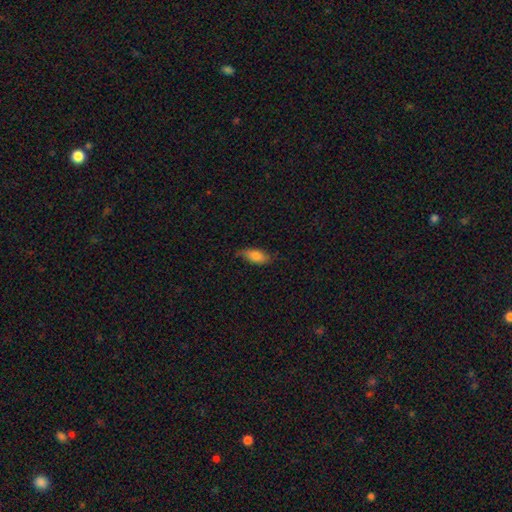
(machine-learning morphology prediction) Smooth or featured?
  - smooth: 81% *
  - featured or disk: 12%
  - star or artifact: 7%
How rounded?
  - in between: 83% *
  - cigar-shaped: 14%
  - round: 2%
Merging?
  - none: 71% *
  - minor disturbance: 24%
  - major disturbance: 4%
  - merger: 1%